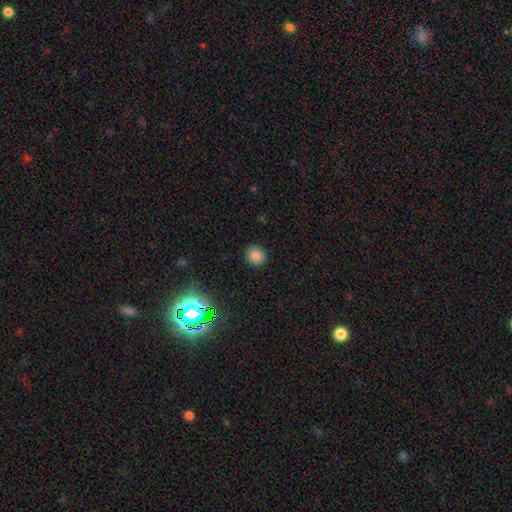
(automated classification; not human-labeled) smooth-or-featured: smooth: 80% | star or artifact: 13% | featured or disk: 7%
  how-rounded: round: 88% | in between: 11% | cigar-shaped: 1%
  merging: none: 90% | minor disturbance: 7% | major disturbance: 2% | merger: 1%